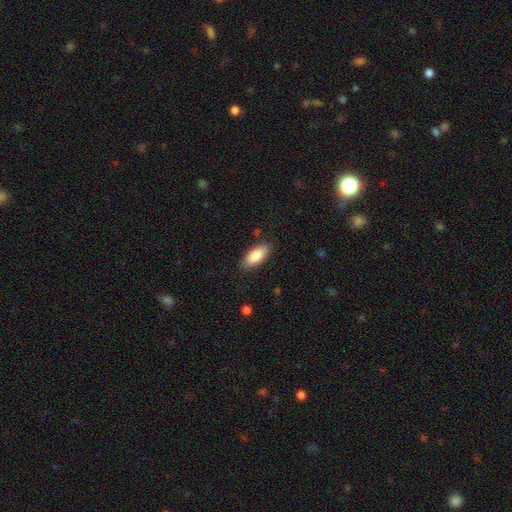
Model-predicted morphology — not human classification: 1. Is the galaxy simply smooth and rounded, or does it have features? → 85% smooth, 8% featured or disk, 6% star or artifact.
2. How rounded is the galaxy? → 83% in between, 15% cigar-shaped, 2% round.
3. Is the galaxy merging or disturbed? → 84% none, 12% minor disturbance, 3% major disturbance, 1% merger.